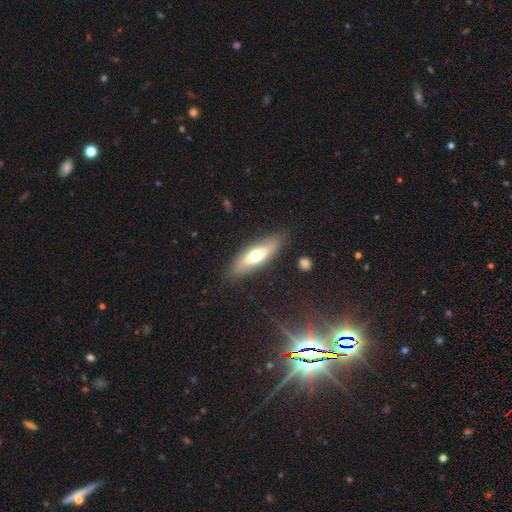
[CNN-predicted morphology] This appears to be a smooth galaxy with no disk features (56%) that is cigar-shaped (52%). Merging: none (84%).